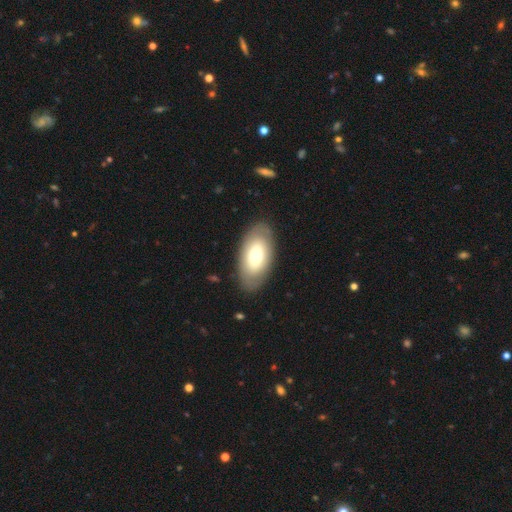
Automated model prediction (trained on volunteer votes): smooth 64%, featured or disk 30%, star or artifact 6%. Down the decision tree: how rounded — in between (94%); merging — none (84%).